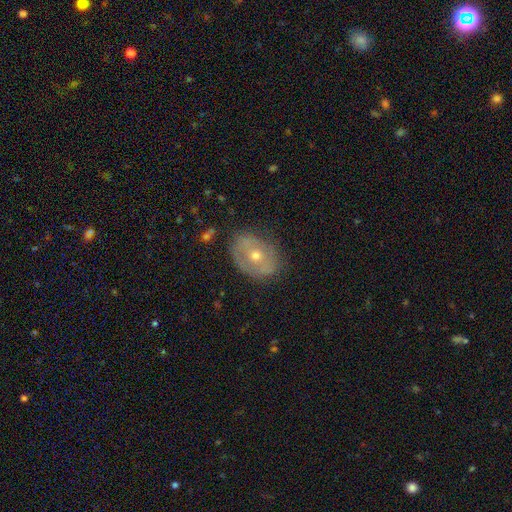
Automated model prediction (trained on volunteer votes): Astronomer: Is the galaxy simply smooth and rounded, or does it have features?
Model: featured or disk — 58% (runner-up: smooth, 34%).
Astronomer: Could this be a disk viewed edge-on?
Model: no — 93%.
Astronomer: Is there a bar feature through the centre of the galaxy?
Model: no — 75%.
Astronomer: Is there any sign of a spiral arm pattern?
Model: no — 68%.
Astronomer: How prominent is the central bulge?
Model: moderate — 62%.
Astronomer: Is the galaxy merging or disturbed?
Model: none — 74%.